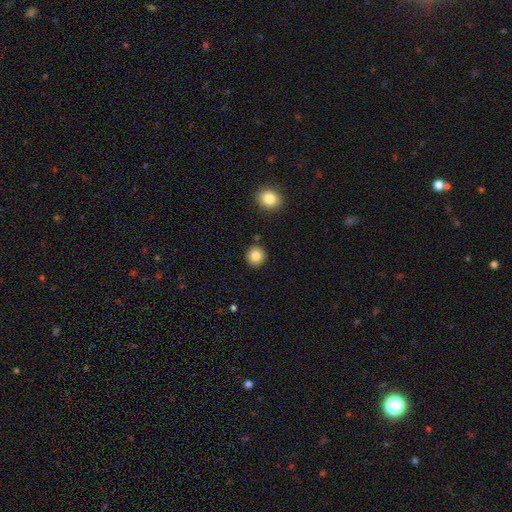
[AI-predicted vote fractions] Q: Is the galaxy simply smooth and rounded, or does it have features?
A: smooth — 84%.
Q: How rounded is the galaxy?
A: round — 91%.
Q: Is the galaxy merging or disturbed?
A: none — 88%.